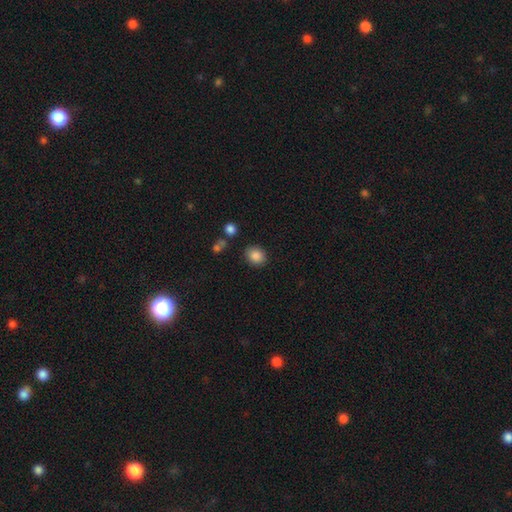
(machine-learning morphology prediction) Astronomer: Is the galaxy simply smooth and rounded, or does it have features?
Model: smooth — 87%.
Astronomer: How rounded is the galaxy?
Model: round — 58% (runner-up: in between, 41%).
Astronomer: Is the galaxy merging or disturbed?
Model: none — 84%.